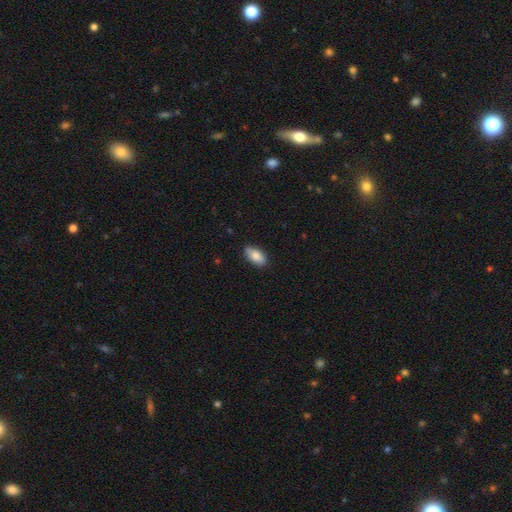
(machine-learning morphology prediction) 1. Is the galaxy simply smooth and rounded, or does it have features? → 82% smooth, 12% featured or disk, 6% star or artifact.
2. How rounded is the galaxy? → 92% in between, 5% cigar-shaped, 3% round.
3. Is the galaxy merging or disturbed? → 86% none, 11% minor disturbance, 2% major disturbance, 1% merger.